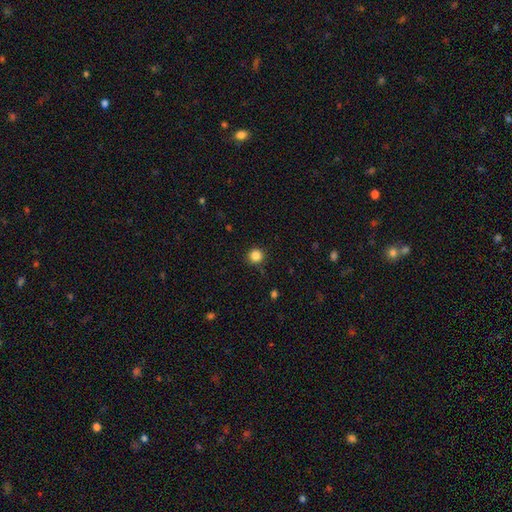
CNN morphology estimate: Smooth or featured?
  - smooth: 85% *
  - star or artifact: 12%
  - featured or disk: 4%
How rounded?
  - round: 94% *
  - in between: 5%
  - cigar-shaped: 1%
Merging?
  - none: 89% *
  - minor disturbance: 7%
  - major disturbance: 2%
  - merger: 1%